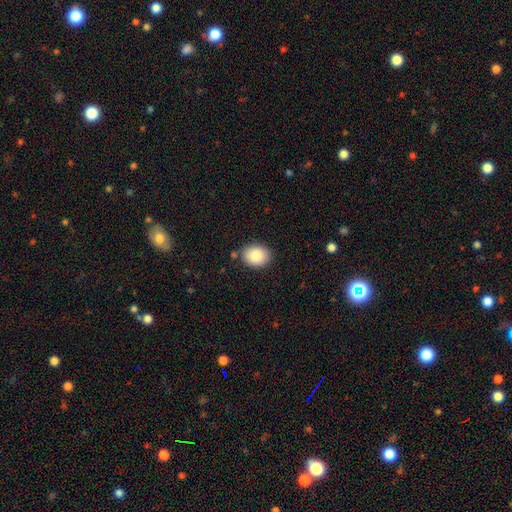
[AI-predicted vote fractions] Q: Smooth or featured?
A: smooth (86%); runner-up: star or artifact (8%)
Q: How rounded?
A: in between (60%); runner-up: round (39%)
Q: Merging?
A: none (84%); runner-up: minor disturbance (11%)